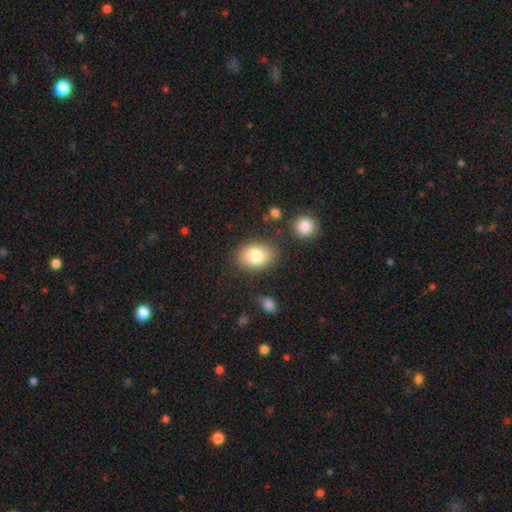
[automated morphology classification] Q: Smooth or featured?
A: smooth (81%); runner-up: featured or disk (11%)
Q: How rounded?
A: in between (73%); runner-up: round (26%)
Q: Merging?
A: none (80%); runner-up: minor disturbance (12%)